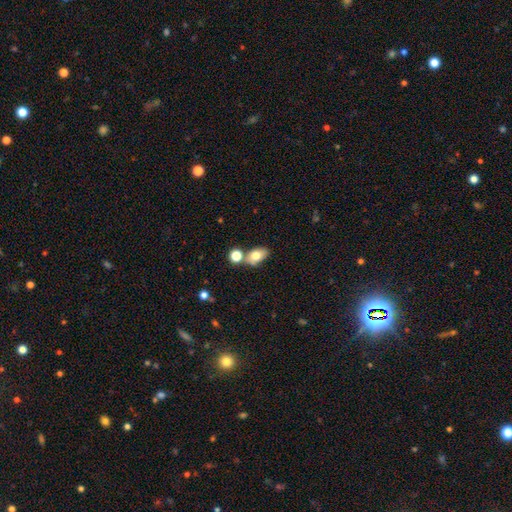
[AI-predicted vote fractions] Q: Smooth or featured?
A: smooth (75%); runner-up: featured or disk (15%)
Q: How rounded?
A: in between (84%); runner-up: round (13%)
Q: Merging?
A: none (61%); runner-up: merger (22%)